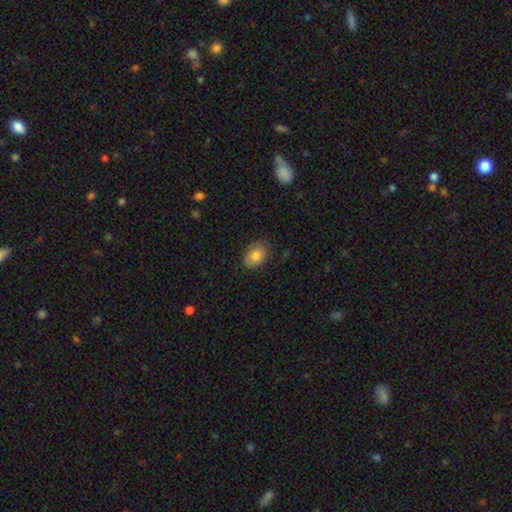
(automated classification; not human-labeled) This is clearly a smooth galaxy (80%). How rounded: likely in between (77%). Merging: likely none (75%).